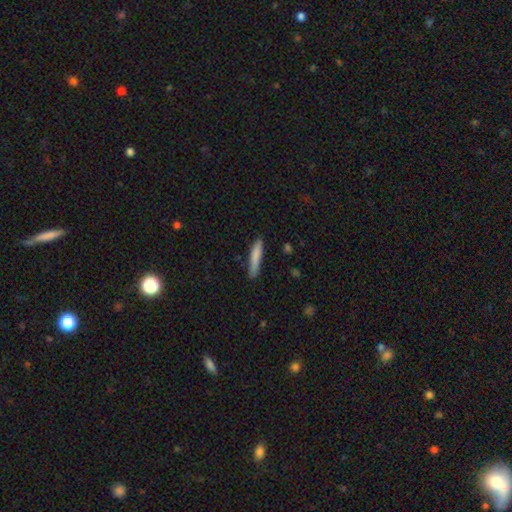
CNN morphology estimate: This appears to be a smooth galaxy with no disk features (81%) that is cigar-shaped (90%). Merging: none (77%).